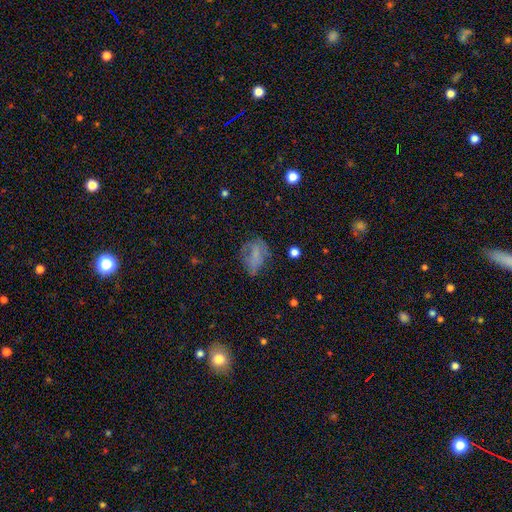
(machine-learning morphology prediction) A smooth galaxy with no disk features (51%) that is in between round and cigar-shaped (69%). Merging: none (46%).